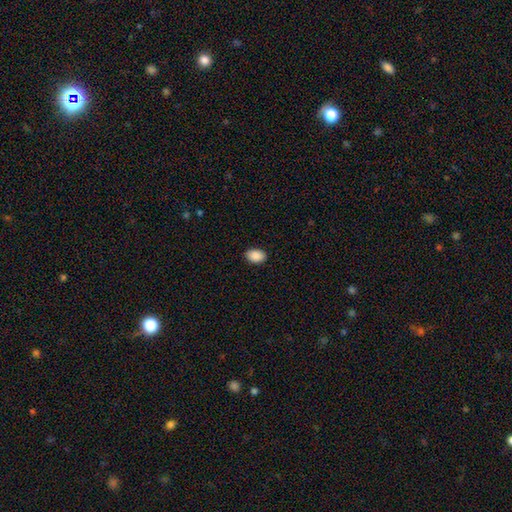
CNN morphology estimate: smooth_or_featured: smooth (p=0.90) [alt: star or artifact p=0.07]
how_rounded: in between (p=0.87) [alt: round p=0.12]
merging: none (p=0.89) [alt: minor disturbance p=0.08]